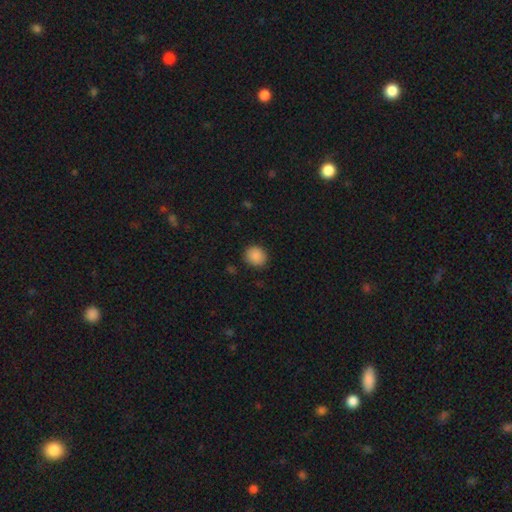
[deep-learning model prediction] Overall: smooth (89%). How rounded: round (85%). Merging: none (89%).